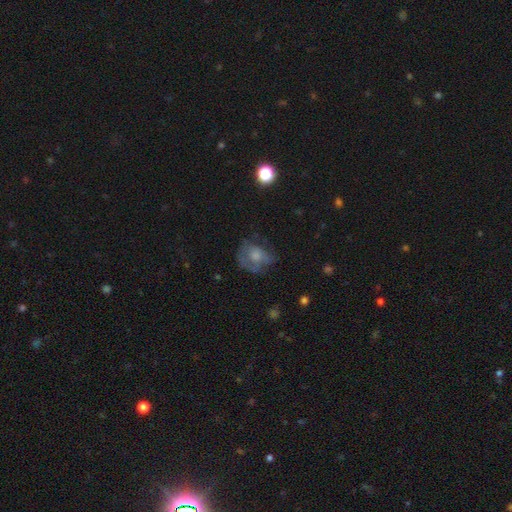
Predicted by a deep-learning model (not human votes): Morphology: type=smooth (53%); roundness=round (62%); merging=none (43%).